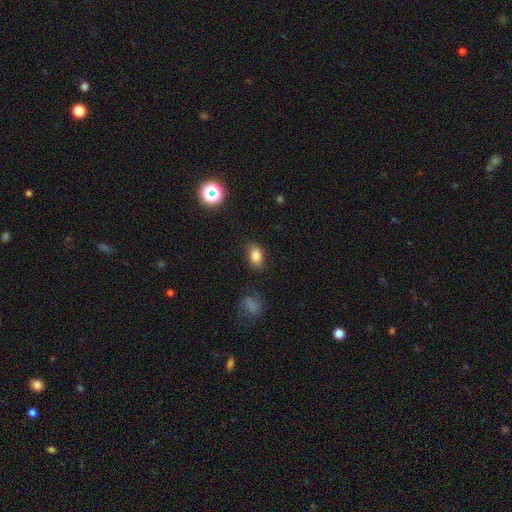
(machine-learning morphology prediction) This appears to be a smooth galaxy with no disk features (82%) that is in between round and cigar-shaped (83%). Merging: none (79%).